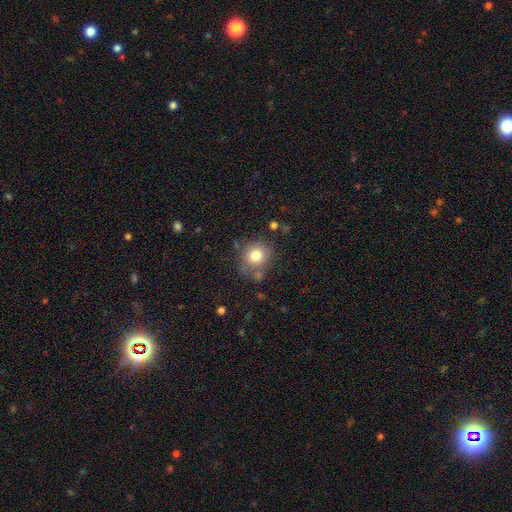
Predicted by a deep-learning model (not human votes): smooth 78%, star or artifact 12%, featured or disk 10%. Down the decision tree: how rounded — round (85%); merging — none (71%).